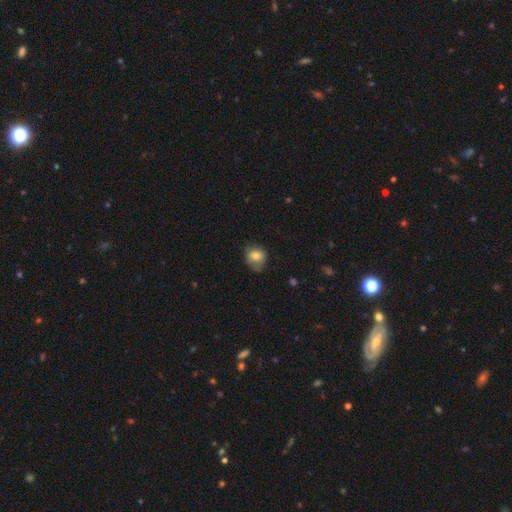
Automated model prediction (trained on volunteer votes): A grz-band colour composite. It shows a smooth galaxy with no disk features (72%) that is round (70%). Merging: none (57%).